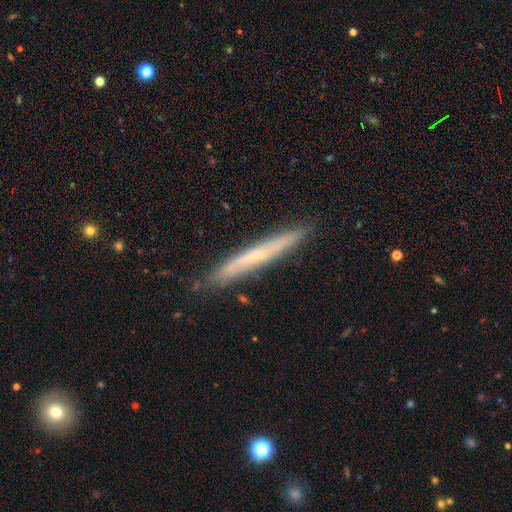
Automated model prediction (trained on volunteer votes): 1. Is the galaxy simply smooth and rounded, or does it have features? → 50% featured or disk, 43% smooth, 7% star or artifact.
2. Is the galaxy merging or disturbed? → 85% none, 12% minor disturbance, 2% major disturbance, 1% merger.